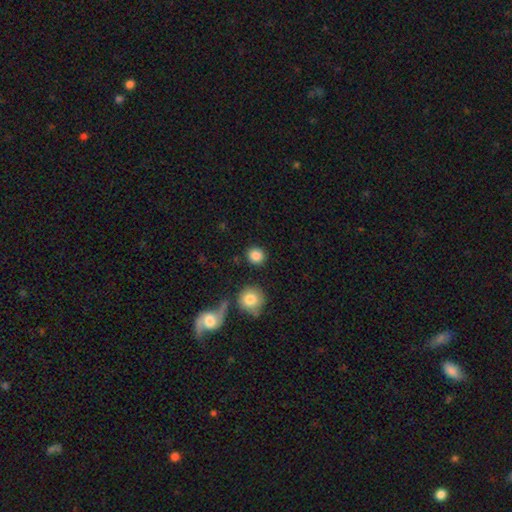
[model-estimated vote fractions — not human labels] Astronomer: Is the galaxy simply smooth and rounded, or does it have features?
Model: smooth — 86%.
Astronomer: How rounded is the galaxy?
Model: round — 91%.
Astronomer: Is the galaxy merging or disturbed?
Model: none — 88%.